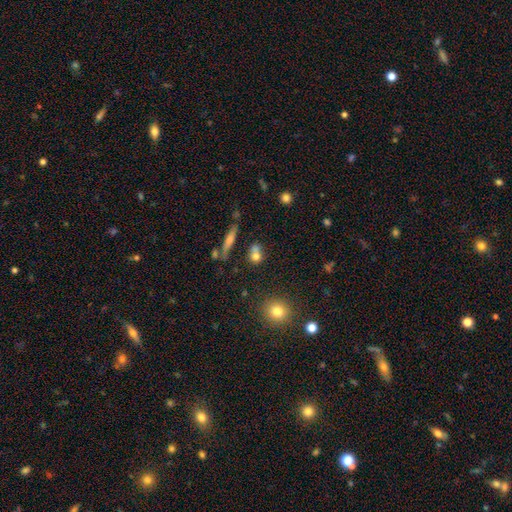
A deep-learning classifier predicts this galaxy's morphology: Smooth or featured? smooth (71%)
How rounded? round (68%)
Merging? none (48%)